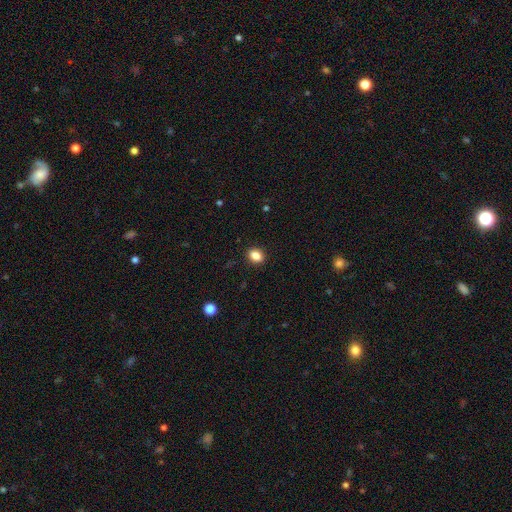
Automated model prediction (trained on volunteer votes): Smooth or featured?
  - smooth: 86% *
  - star or artifact: 10%
  - featured or disk: 4%
How rounded?
  - in between: 63% *
  - round: 36%
  - cigar-shaped: 1%
Merging?
  - none: 90% *
  - minor disturbance: 7%
  - major disturbance: 2%
  - merger: 1%